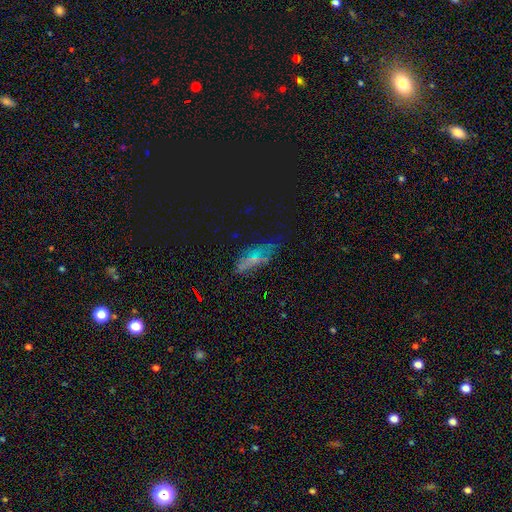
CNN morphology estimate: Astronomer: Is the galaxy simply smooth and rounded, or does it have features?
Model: smooth — 34%, tied with featured or disk at 34%.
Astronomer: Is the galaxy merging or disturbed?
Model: none — 62%.